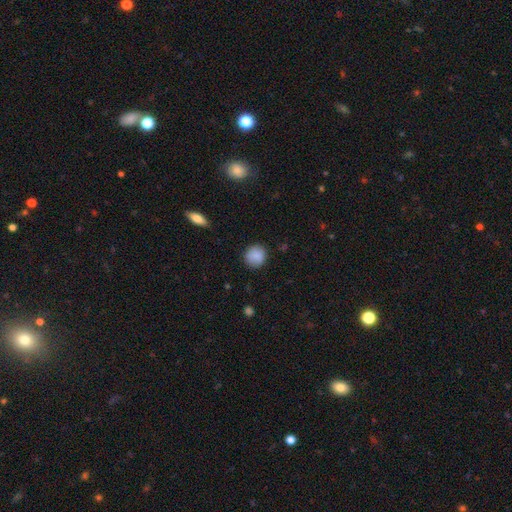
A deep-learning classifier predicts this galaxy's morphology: type=smooth (87%); roundness=round (89%); merging=none (85%).